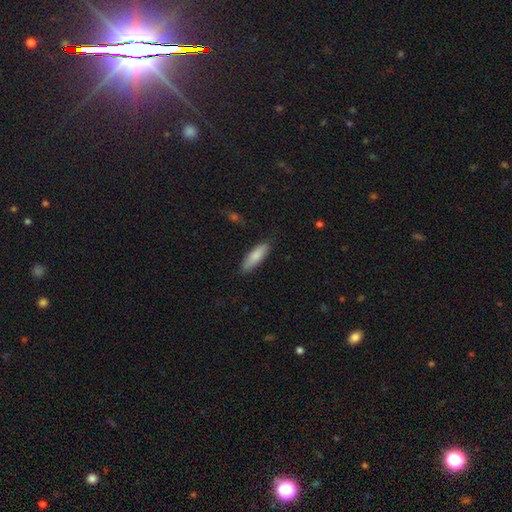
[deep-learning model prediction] The model was most divided on "how rounded": cigar-shaped: 52%, in between: 46%, round: 2%. More confident: smooth or featured — smooth (84%); merging — none (84%).